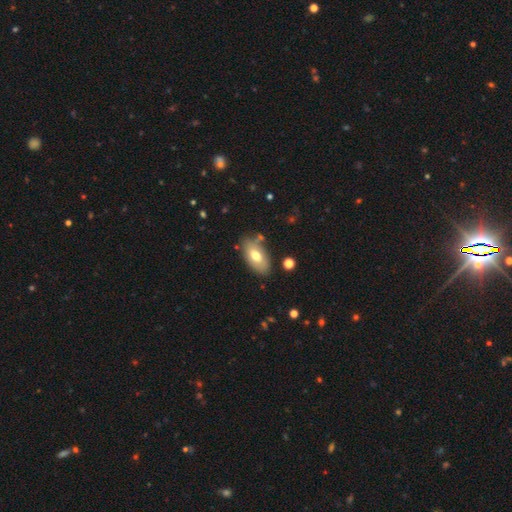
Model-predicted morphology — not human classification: smooth 69%, featured or disk 23%, star or artifact 7%. Down the decision tree: how rounded — in between (92%); merging — none (74%).